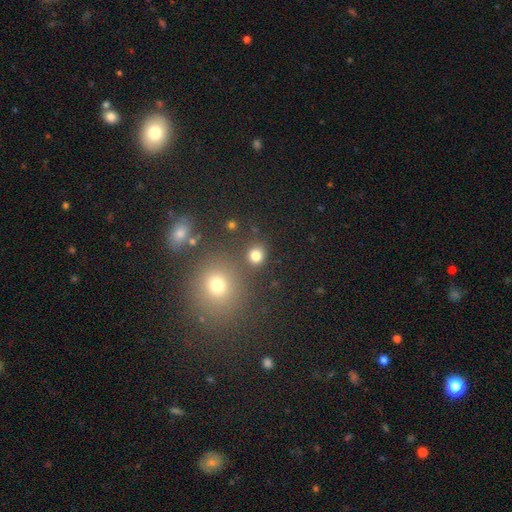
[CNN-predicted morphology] Smooth or featured? smooth (79%)
How rounded? round (83%)
Merging? none (81%)